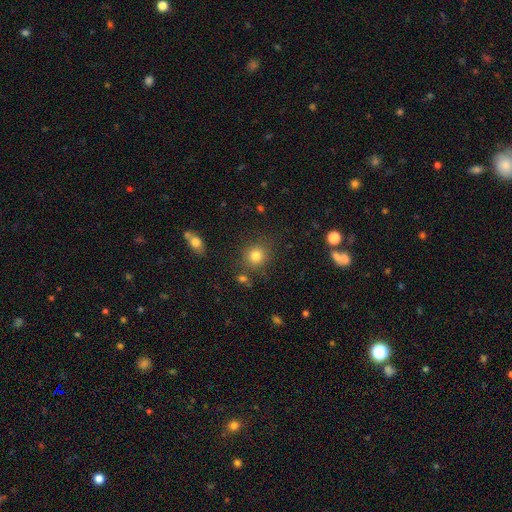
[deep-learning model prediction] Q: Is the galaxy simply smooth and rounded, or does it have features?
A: smooth — 80%.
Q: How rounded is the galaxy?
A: round — 87%.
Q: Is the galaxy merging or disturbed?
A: none — 81%.